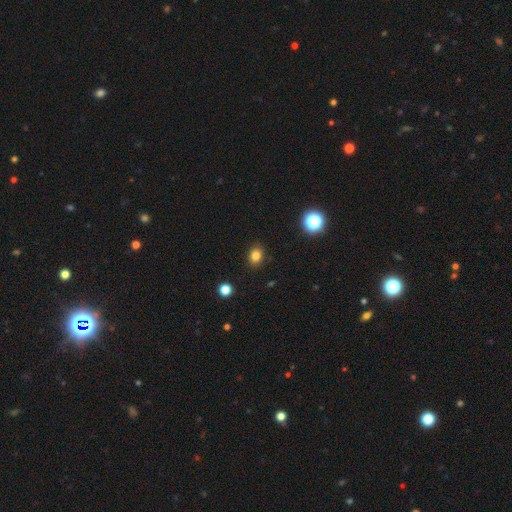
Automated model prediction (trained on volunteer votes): Smooth or featured?
  - smooth: 82% *
  - star or artifact: 13%
  - featured or disk: 5%
How rounded?
  - in between: 51% *
  - round: 48%
  - cigar-shaped: 1%
Merging?
  - none: 88% *
  - minor disturbance: 8%
  - major disturbance: 2%
  - merger: 1%